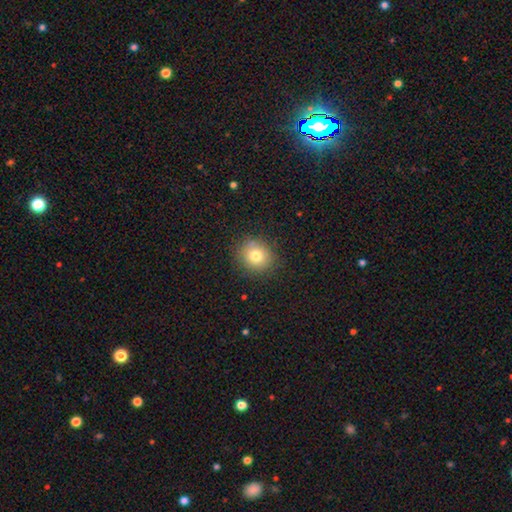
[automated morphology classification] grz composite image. It shows a smooth galaxy with no disk features (77%) that is round (81%). Merging: none (86%).